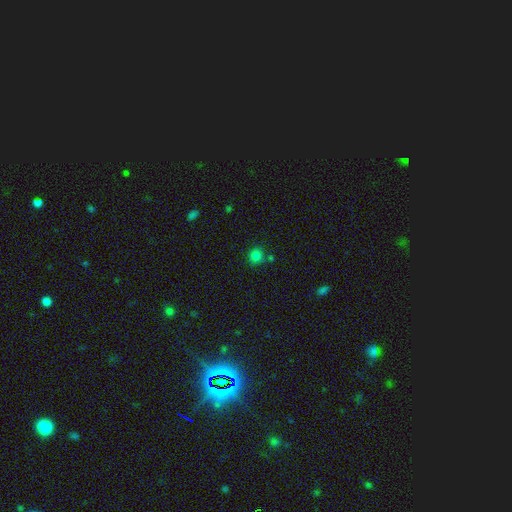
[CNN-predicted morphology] A smooth galaxy with no disk features (80%) that is round (89%). Merging: none (75%).